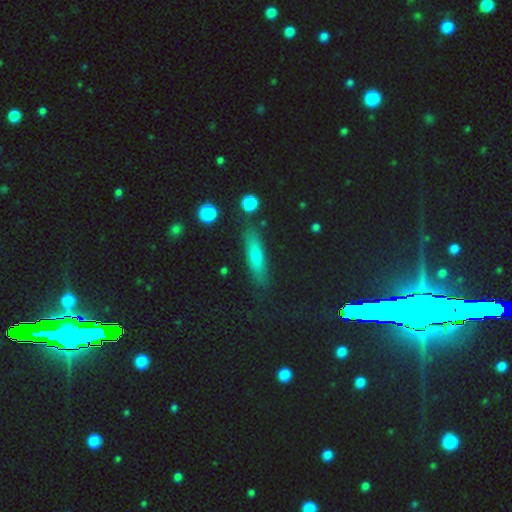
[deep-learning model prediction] This is likely a smooth galaxy (67%). How rounded: likely cigar-shaped (73%). Merging: clearly none (83%).